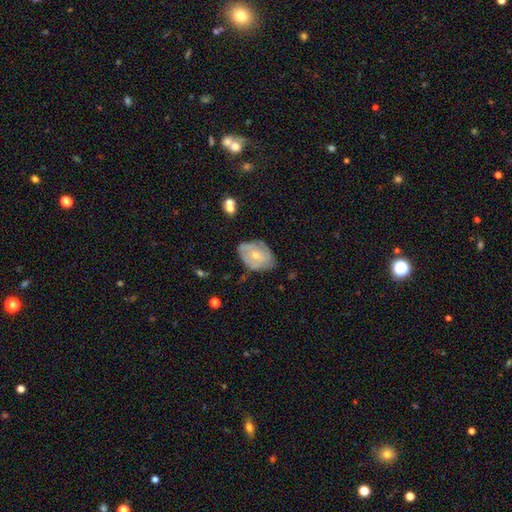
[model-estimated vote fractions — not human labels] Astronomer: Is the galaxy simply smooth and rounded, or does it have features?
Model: featured or disk — 48% (runner-up: smooth, 45%).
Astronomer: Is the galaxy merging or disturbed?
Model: none — 54% (runner-up: minor disturbance, 34%).